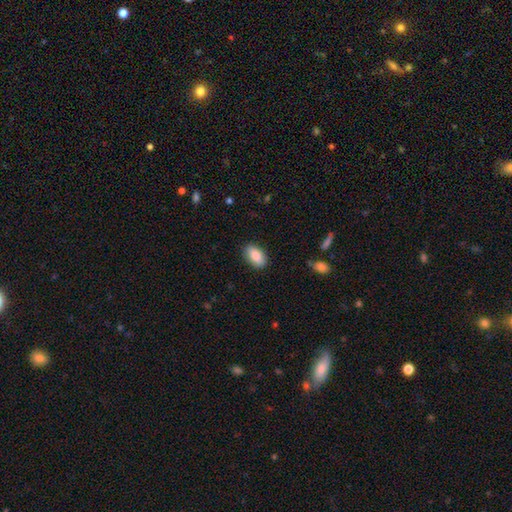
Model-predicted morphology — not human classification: A smooth galaxy with no disk features (87%) that is in between round and cigar-shaped (92%). Merging: none (87%).